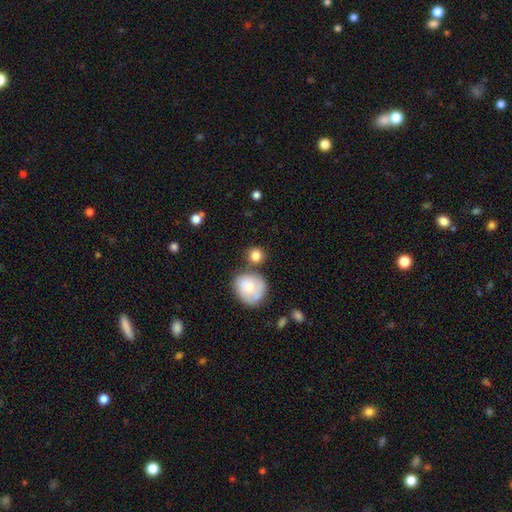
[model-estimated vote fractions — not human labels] Smooth or featured: smooth — 82% (featured or disk — 9%)
How rounded: round — 88% (in between — 10%)
Merging: none — 69% (merger — 15%)